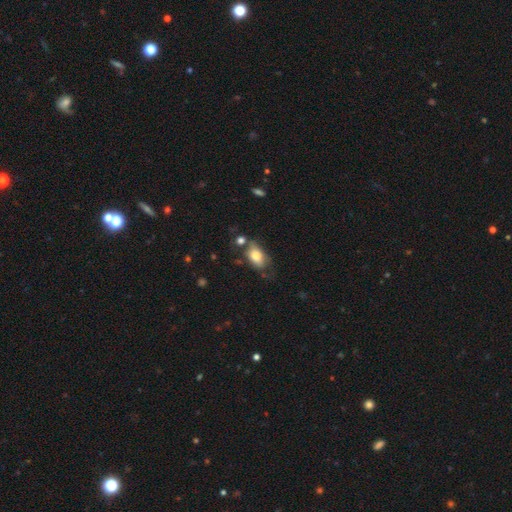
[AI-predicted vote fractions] This is likely a smooth galaxy (76%). How rounded: clearly in between (87%). Merging: marginally none (43%).